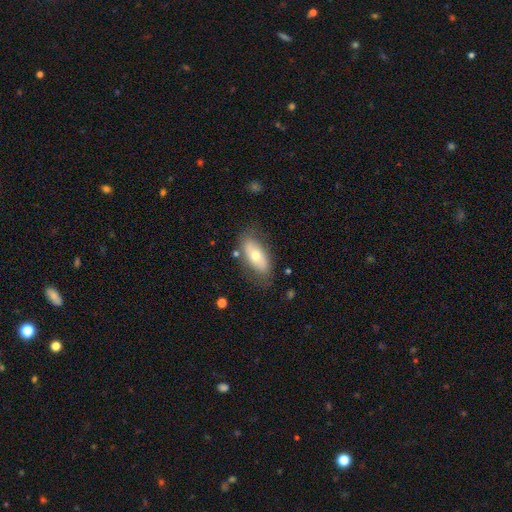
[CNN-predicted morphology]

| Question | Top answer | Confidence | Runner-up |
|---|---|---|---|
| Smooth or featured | smooth | 58% | featured or disk (35%) |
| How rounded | in between | 87% | cigar-shaped (10%) |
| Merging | none | 74% | minor disturbance (18%) |